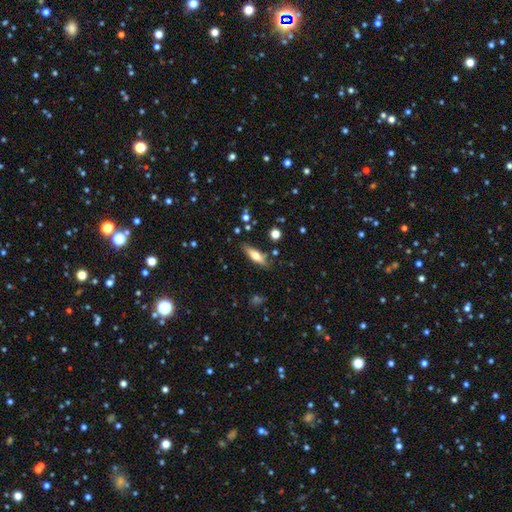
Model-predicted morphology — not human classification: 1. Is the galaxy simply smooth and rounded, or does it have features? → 56% smooth, 37% featured or disk, 7% star or artifact.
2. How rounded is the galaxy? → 57% cigar-shaped, 41% in between, 2% round.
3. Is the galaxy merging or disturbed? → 81% none, 13% minor disturbance, 3% merger, 3% major disturbance.